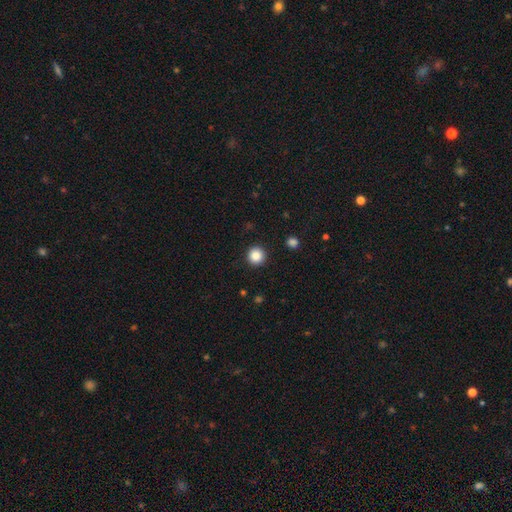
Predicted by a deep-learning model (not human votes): A smooth galaxy with no disk features (86%) that is round (96%). Merging: none (92%).